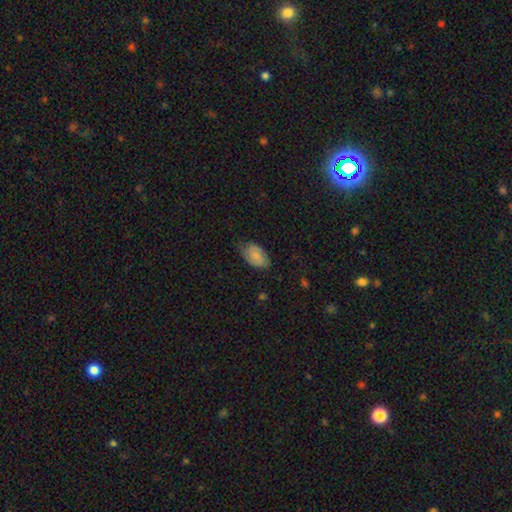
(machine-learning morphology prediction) smooth_or_featured: smooth (p=0.77) [alt: featured or disk p=0.16]
how_rounded: in between (p=0.94) [alt: round p=0.05]
merging: none (p=0.62) [alt: minor disturbance p=0.30]